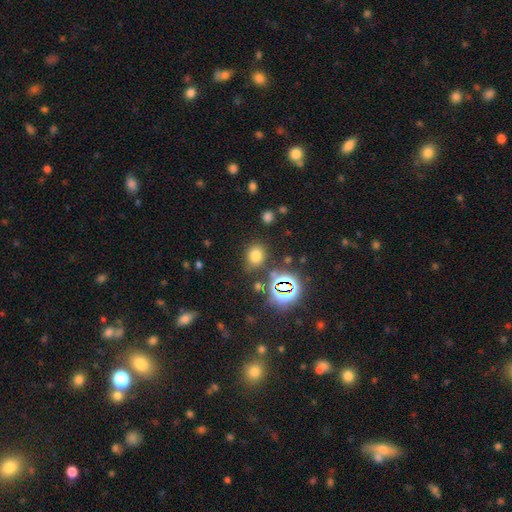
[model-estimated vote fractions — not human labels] Smooth or featured?
  - smooth: 69% *
  - star or artifact: 24%
  - featured or disk: 7%
How rounded?
  - round: 63% *
  - in between: 36%
  - cigar-shaped: 1%
Merging?
  - none: 78% *
  - minor disturbance: 12%
  - merger: 5%
  - major disturbance: 5%